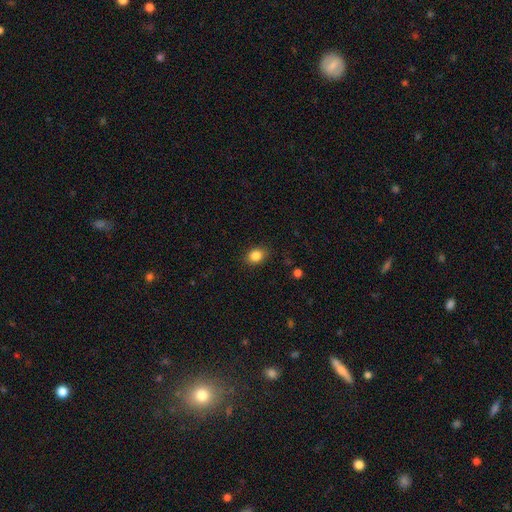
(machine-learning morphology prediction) Smooth or featured? smooth (85%)
How rounded? in between (52%)
Merging? none (87%)